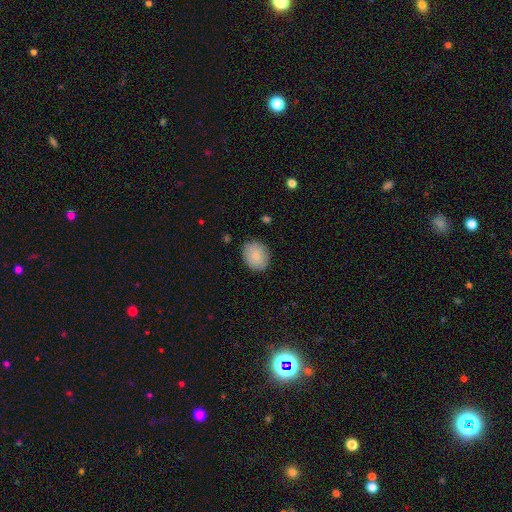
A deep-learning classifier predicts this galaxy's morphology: Overall: smooth (86%). How rounded: round (57%; in between 42%). Merging: none (84%).